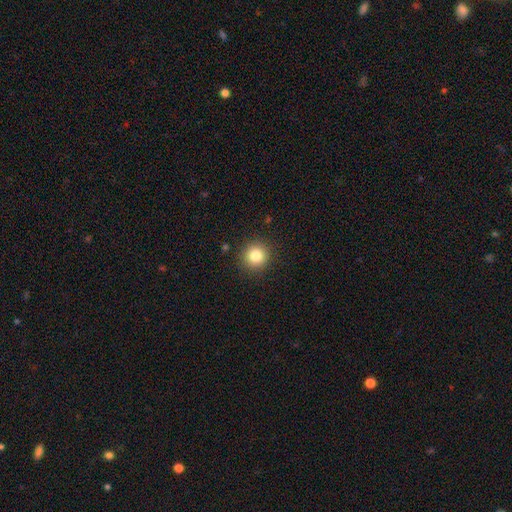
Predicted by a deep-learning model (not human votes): Overall: smooth (83%). How rounded: round (94%). Merging: none (90%).